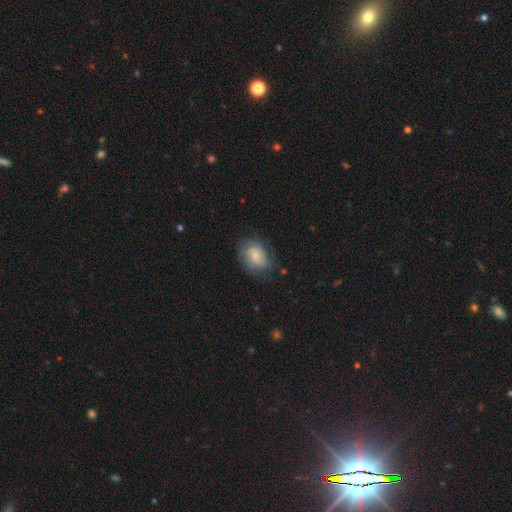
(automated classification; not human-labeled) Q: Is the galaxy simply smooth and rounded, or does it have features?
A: smooth — 60%.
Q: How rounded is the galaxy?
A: in between — 74%.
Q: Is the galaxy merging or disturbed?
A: none — 62%.